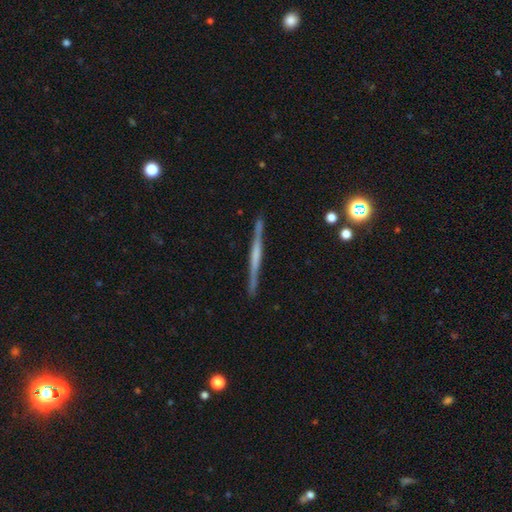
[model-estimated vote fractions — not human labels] Smooth or featured: featured or disk — 68% (smooth — 26%)
Edge-on disk: yes — 98% (no — 2%)
Edge-on bulge: none — 58% (rounded — 21%)
Merging: none — 90% (minor disturbance — 7%)